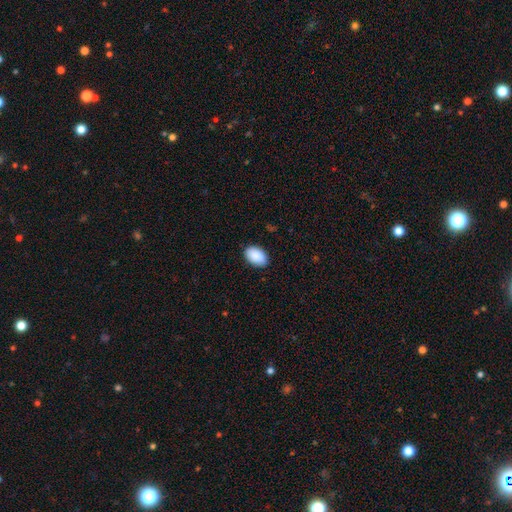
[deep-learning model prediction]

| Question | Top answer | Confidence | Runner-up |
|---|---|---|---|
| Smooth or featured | smooth | 91% | star or artifact (6%) |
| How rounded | in between | 92% | round (7%) |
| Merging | none | 87% | minor disturbance (10%) |